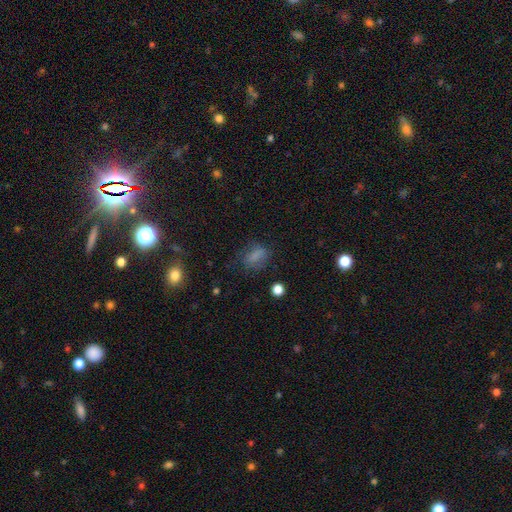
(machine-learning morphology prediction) smooth 74%, star or artifact 14%, featured or disk 11%. Down the decision tree: how rounded — in between (71%); merging — none (64%).